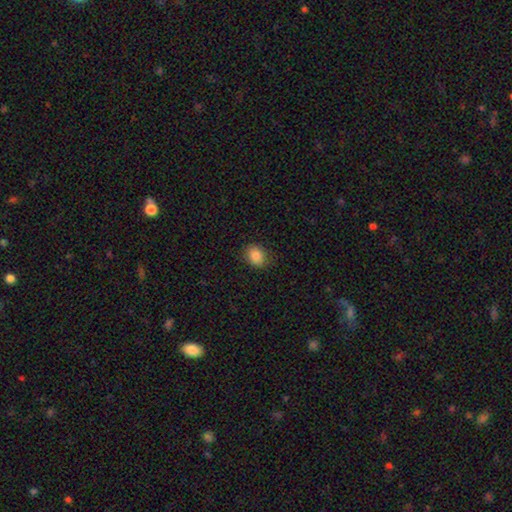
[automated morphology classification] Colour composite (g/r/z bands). It shows a smooth galaxy with no disk features (86%) that is round (51%). Merging: none (84%).